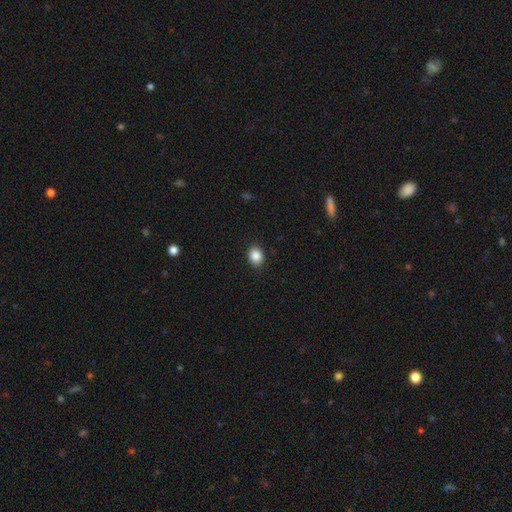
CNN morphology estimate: Smooth or featured? smooth (87%)
How rounded? round (51%)
Merging? none (90%)